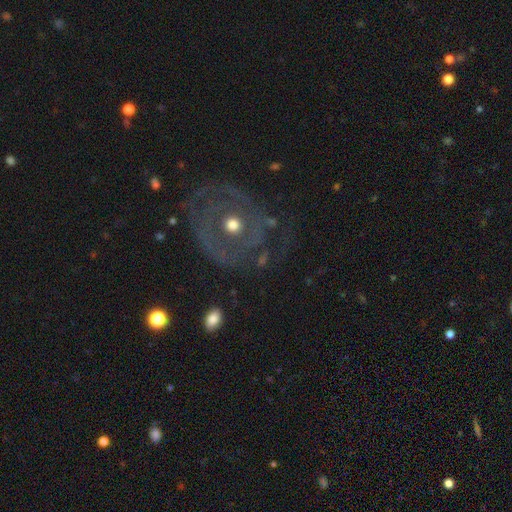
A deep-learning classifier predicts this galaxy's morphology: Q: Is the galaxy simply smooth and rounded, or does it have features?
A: featured or disk — 72%.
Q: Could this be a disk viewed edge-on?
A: no — 96%.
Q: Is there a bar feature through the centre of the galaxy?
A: no — 79%.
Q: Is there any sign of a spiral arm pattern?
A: yes — 55%.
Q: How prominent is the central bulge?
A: moderate — 62%.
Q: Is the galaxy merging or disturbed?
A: none — 70%.